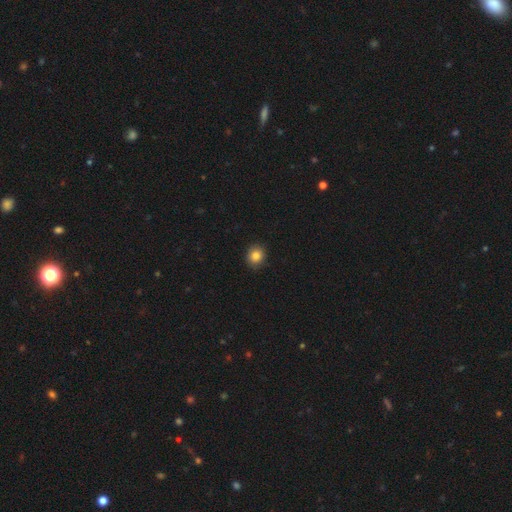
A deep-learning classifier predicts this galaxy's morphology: type=smooth (83%); roundness=round (75%); merging=none (87%).